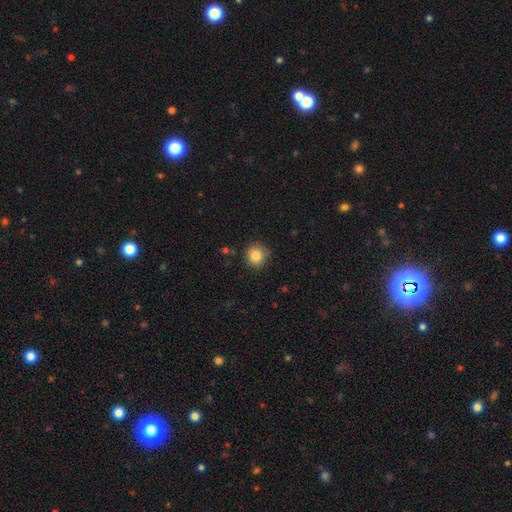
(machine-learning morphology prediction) smooth 83%, star or artifact 10%, featured or disk 7%. Down the decision tree: how rounded — round (91%); merging — none (80%).